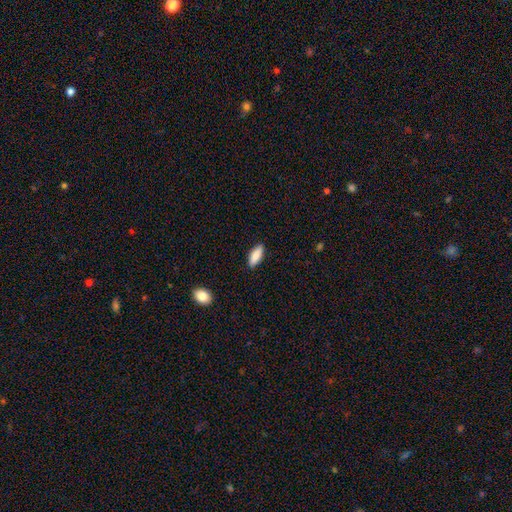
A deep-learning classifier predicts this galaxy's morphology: smooth-or-featured: smooth: 85% | featured or disk: 9% | star or artifact: 6%
  how-rounded: in between: 69% | cigar-shaped: 29% | round: 2%
  merging: none: 88% | minor disturbance: 9% | major disturbance: 2% | merger: 1%